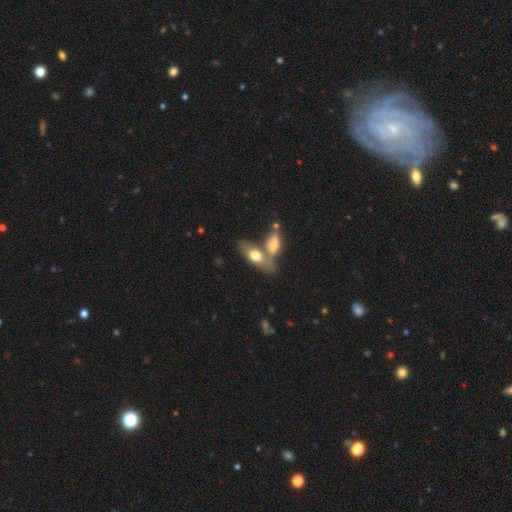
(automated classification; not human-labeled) Smooth or featured?
  - smooth: 68% *
  - featured or disk: 26%
  - star or artifact: 6%
How rounded?
  - in between: 76% *
  - cigar-shaped: 20%
  - round: 4%
Merging?
  - merger: 50% *
  - none: 37%
  - minor disturbance: 9%
  - major disturbance: 4%